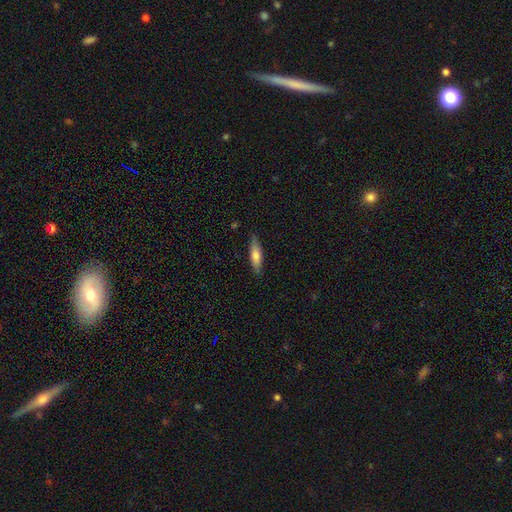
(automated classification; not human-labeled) Q: Smooth or featured?
A: smooth (69%); runner-up: featured or disk (25%)
Q: How rounded?
A: cigar-shaped (61%); runner-up: in between (37%)
Q: Merging?
A: none (85%); runner-up: minor disturbance (12%)